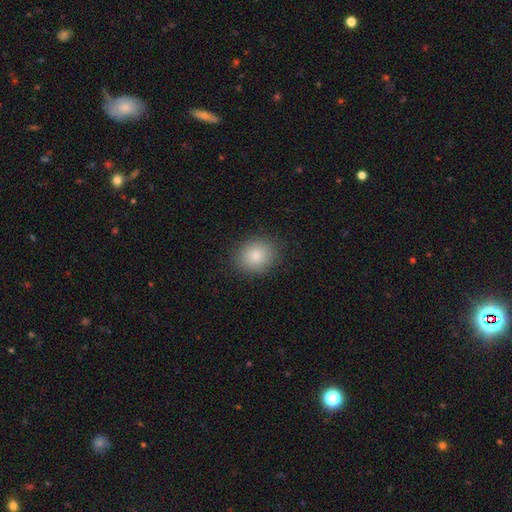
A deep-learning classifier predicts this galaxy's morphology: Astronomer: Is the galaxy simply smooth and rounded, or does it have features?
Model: smooth — 84%.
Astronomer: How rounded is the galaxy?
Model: round — 64%.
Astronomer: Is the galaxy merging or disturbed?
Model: none — 87%.